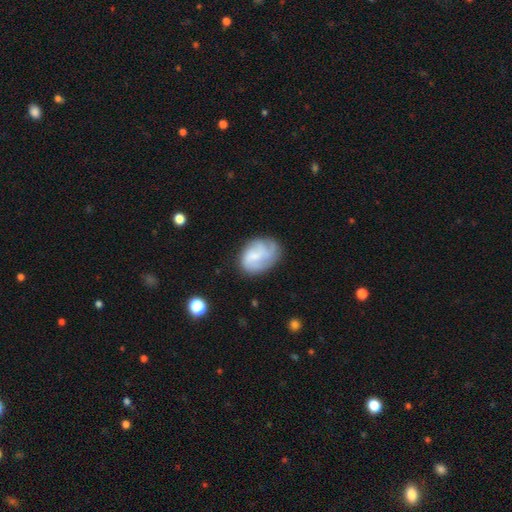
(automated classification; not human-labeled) The model was most divided on "smooth or featured": featured or disk: 51%, smooth: 41%, star or artifact: 8%. Remaining: edge-on disk — no (97%); spiral arms — yes (83%); bar — no (61%); merging — none (59%); bulge size — small (46%).